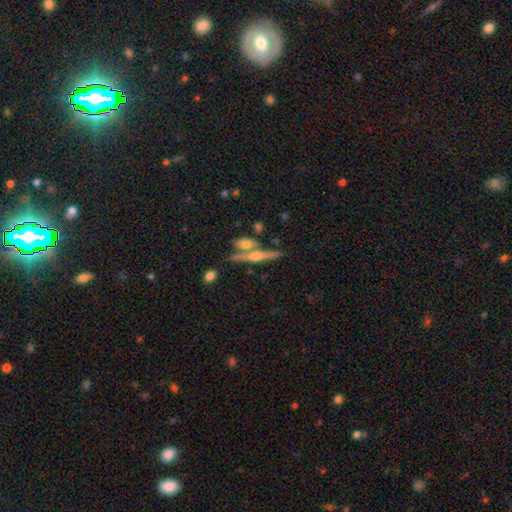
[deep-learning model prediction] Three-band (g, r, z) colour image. It shows a featured or disk galaxy (73%) viewed edge-on (96%) with a rounded central bulge (86%). Merging: none (69%).